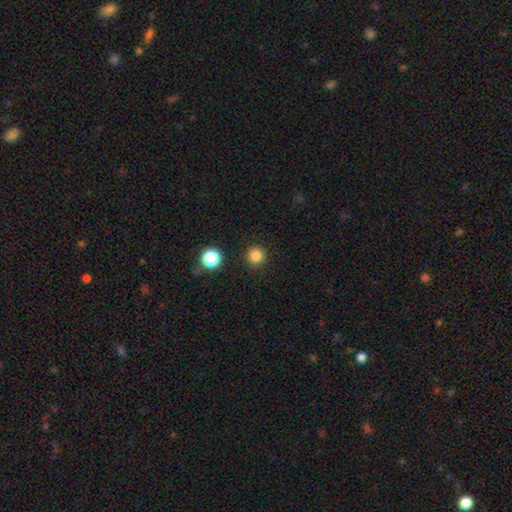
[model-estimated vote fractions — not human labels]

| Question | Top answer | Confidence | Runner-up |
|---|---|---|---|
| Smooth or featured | smooth | 83% | star or artifact (13%) |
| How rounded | round | 96% | in between (3%) |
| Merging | none | 92% | minor disturbance (5%) |